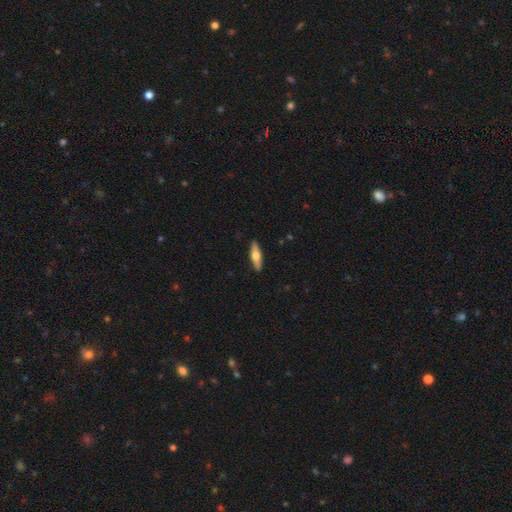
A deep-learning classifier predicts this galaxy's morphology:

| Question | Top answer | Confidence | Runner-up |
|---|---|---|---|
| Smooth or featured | smooth | 50% | featured or disk (45%) |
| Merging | none | 90% | minor disturbance (7%) |